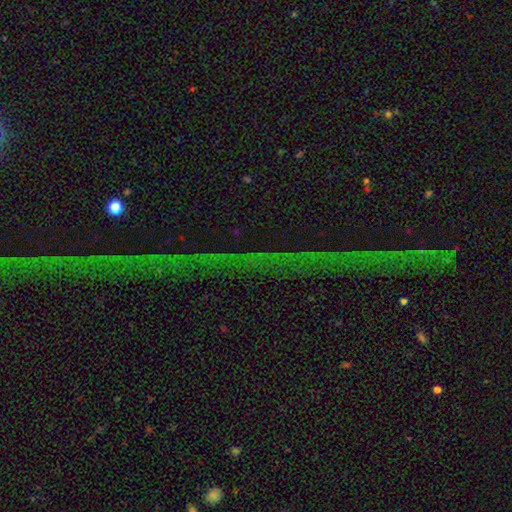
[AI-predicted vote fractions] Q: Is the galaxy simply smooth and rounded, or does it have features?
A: star or artifact — 80%.